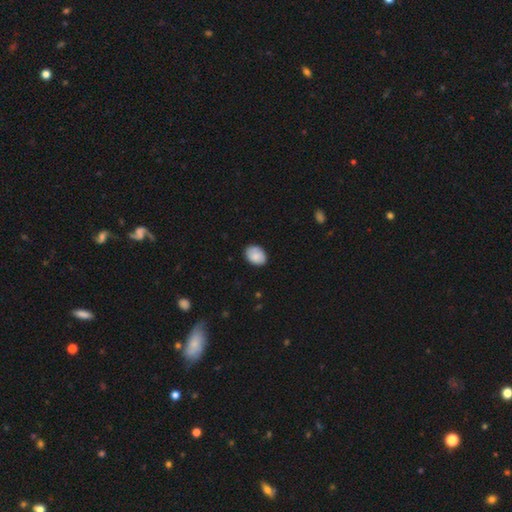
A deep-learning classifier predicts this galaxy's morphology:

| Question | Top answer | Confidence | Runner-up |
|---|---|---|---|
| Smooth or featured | smooth | 83% | featured or disk (10%) |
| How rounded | in between | 70% | round (29%) |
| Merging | none | 81% | minor disturbance (15%) |